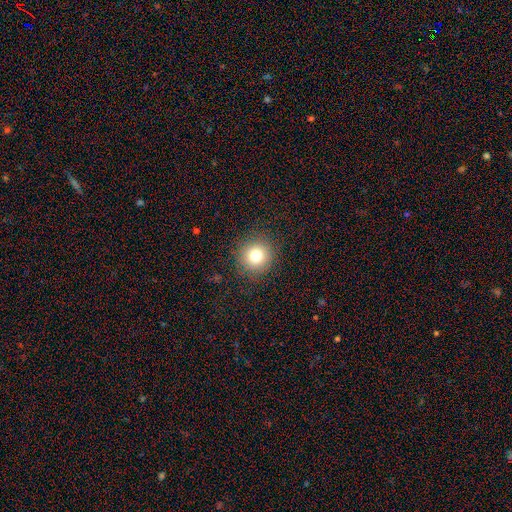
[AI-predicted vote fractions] smooth-or-featured: smooth: 77% | star or artifact: 13% | featured or disk: 10%
  how-rounded: round: 93% | in between: 6% | cigar-shaped: 1%
  merging: none: 88% | minor disturbance: 8% | major disturbance: 3% | merger: 1%